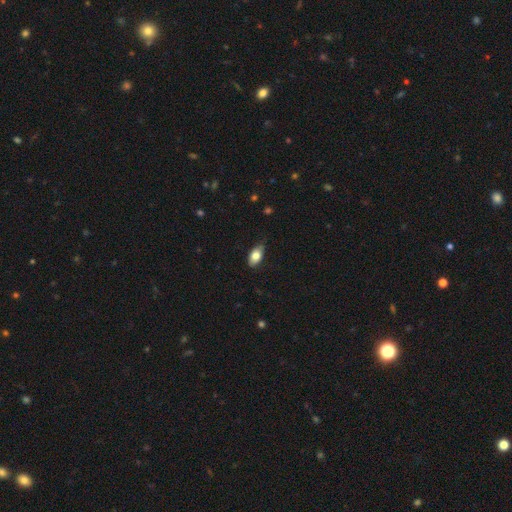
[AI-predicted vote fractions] This appears to be a smooth galaxy with no disk features (79%) that is in between round and cigar-shaped (91%). Merging: none (70%).